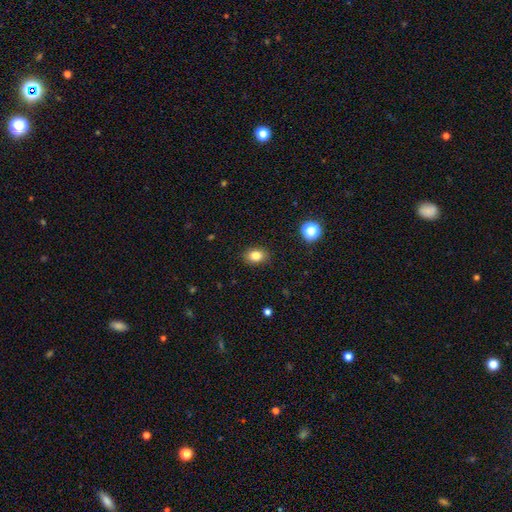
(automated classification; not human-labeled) This appears to be a smooth galaxy with no disk features (82%) that is in between round and cigar-shaped (67%). Merging: none (88%).